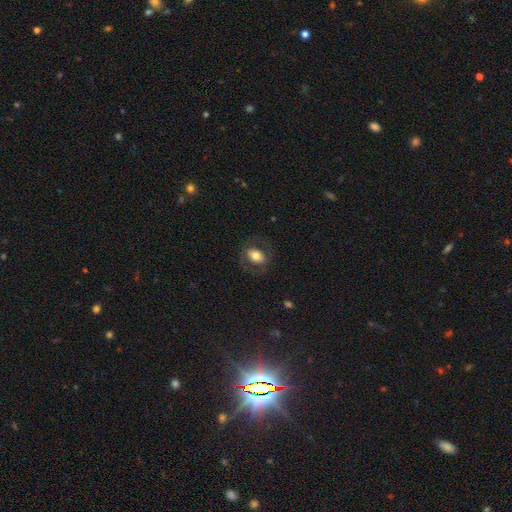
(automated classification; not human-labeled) A smooth galaxy with no disk features (62%) that is in between round and cigar-shaped (70%). Merging: none (75%).